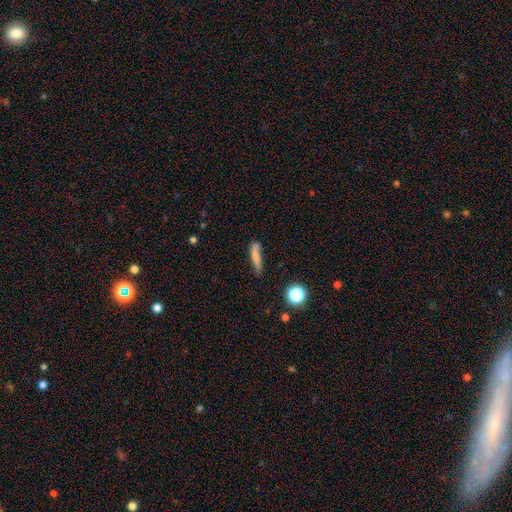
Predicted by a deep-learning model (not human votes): smooth 74%, featured or disk 16%, star or artifact 10%. Down the decision tree: how rounded — cigar-shaped (82%); merging — none (61%).